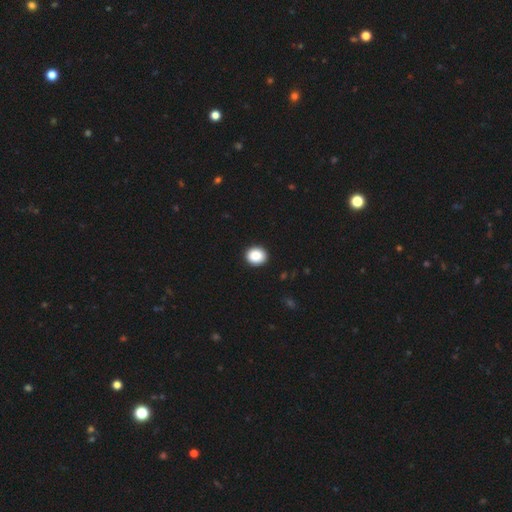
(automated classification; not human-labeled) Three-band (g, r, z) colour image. It shows a smooth galaxy with no disk features (88%) that is round (71%). Merging: none (92%).